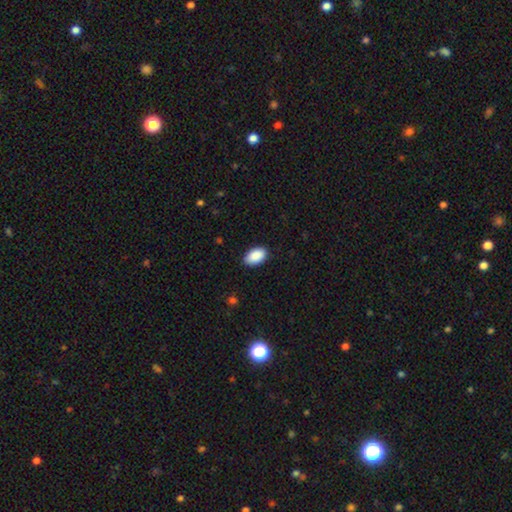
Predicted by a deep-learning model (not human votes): This appears to be a smooth galaxy with no disk features (90%) that is in between round and cigar-shaped (94%). Merging: none (85%).